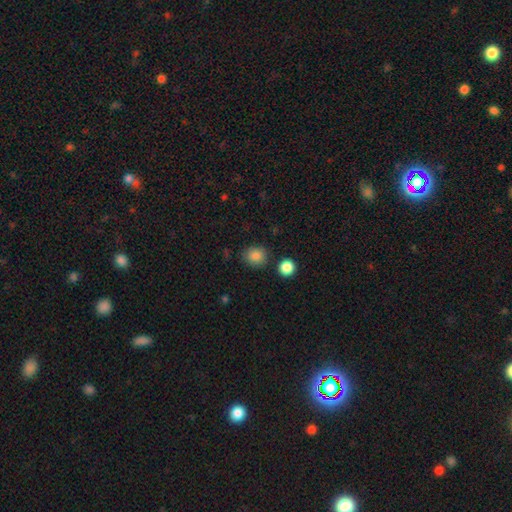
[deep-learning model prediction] This appears to be a smooth galaxy with no disk features (85%) that is round (78%). Merging: none (82%).